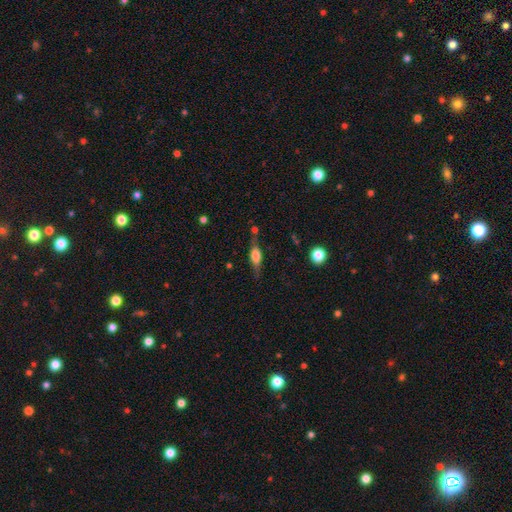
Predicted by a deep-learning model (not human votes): This is possibly a featured or disk galaxy (48%). Merging: likely none (67%).